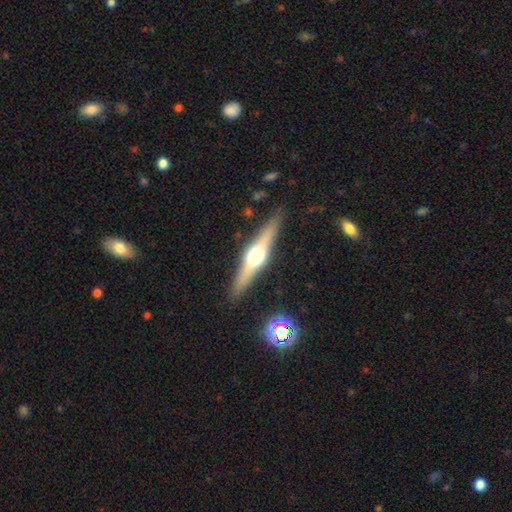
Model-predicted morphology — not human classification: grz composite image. It shows a featured or disk galaxy (68%) viewed edge-on (96%) with a rounded central bulge (94%). Merging: none (88%).